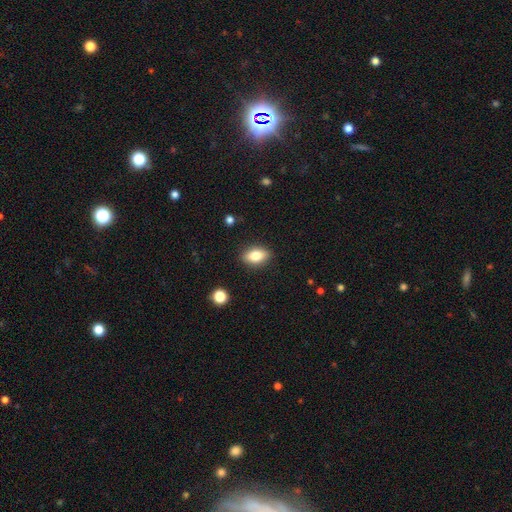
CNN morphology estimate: smooth 80%, featured or disk 12%, star or artifact 8%. Down the decision tree: how rounded — in between (85%); merging — none (88%).